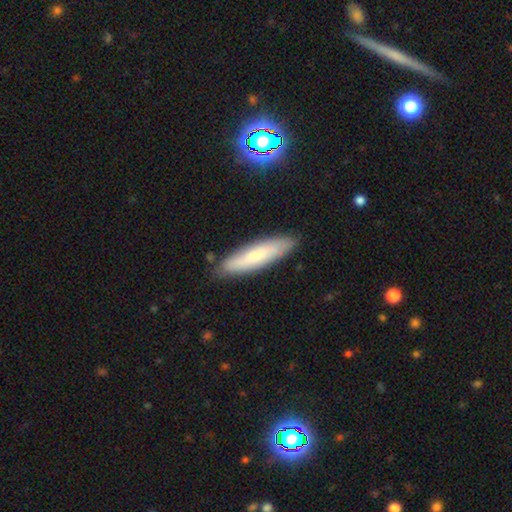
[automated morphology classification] smooth 62%, featured or disk 25%, star or artifact 12%. Down the decision tree: how rounded — cigar-shaped (82%); merging — none (87%).